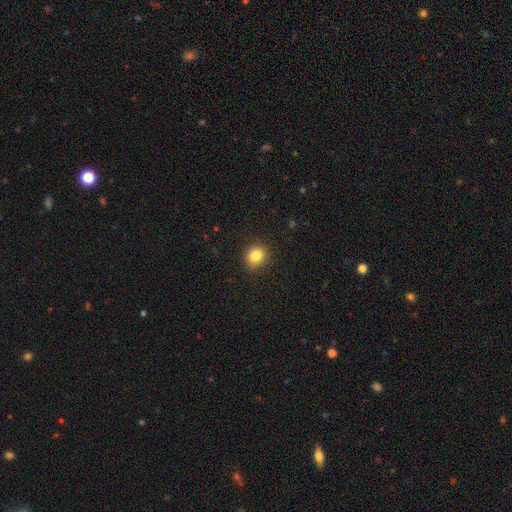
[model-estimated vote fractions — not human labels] This appears to be a smooth galaxy with no disk features (84%) that is round (73%). Merging: none (90%).